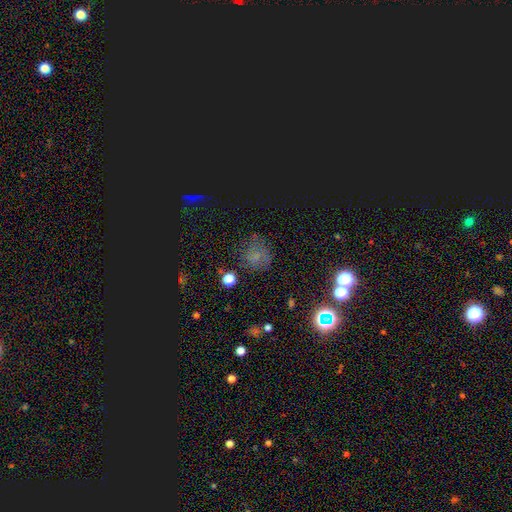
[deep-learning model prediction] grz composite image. It shows a smooth galaxy with no disk features (51%) that is round (80%). Merging: none (66%).